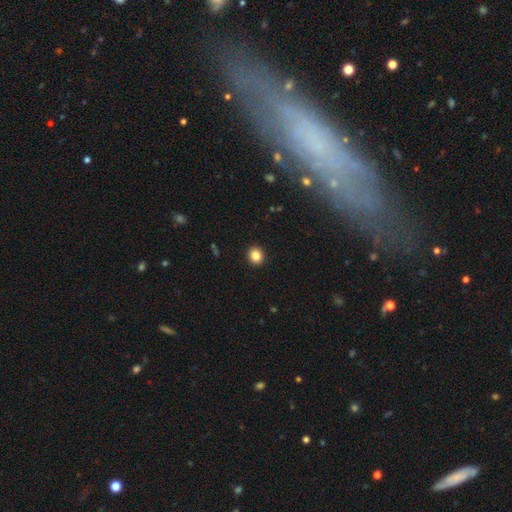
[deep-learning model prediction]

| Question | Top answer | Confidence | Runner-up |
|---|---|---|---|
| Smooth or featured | smooth | 85% | star or artifact (10%) |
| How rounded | round | 82% | in between (17%) |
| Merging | none | 93% | minor disturbance (5%) |